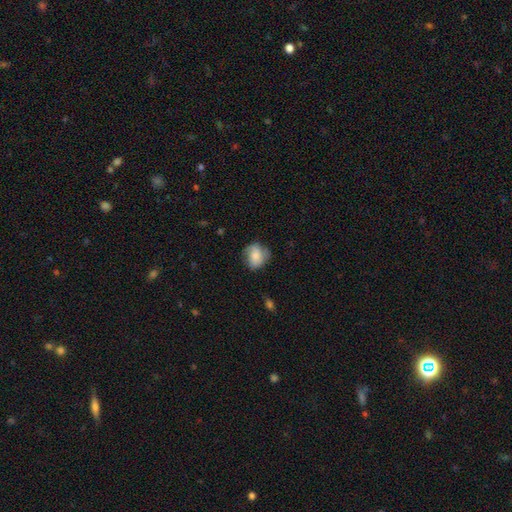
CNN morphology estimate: This is likely a smooth galaxy (66%). How rounded: likely round (62%). Merging: likely none (62%).